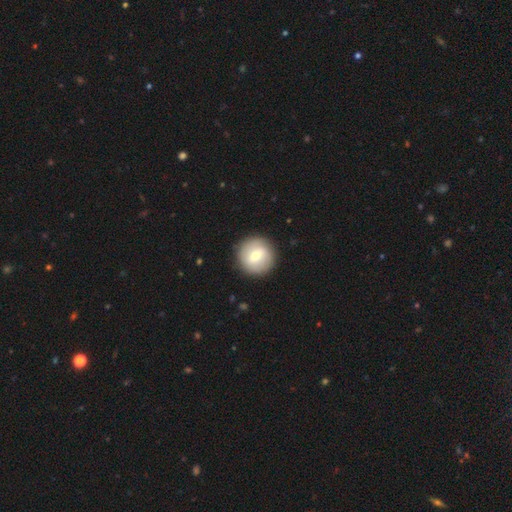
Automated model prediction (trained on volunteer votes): smooth 60%, featured or disk 33%, star or artifact 7%. Down the decision tree: how rounded — round (95%); merging — none (90%).